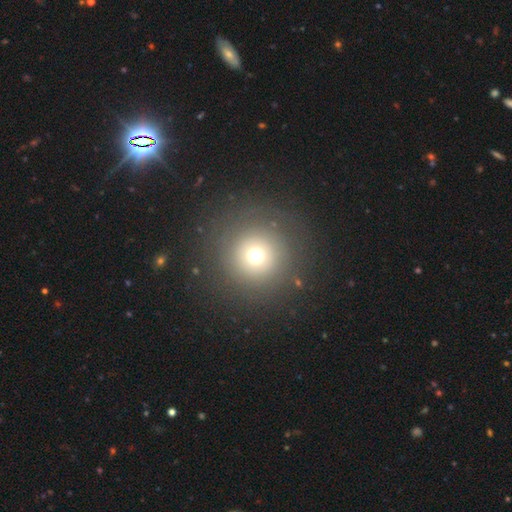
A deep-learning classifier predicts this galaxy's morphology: Overall: smooth (66%). How rounded: round (96%). Merging: none (85%).